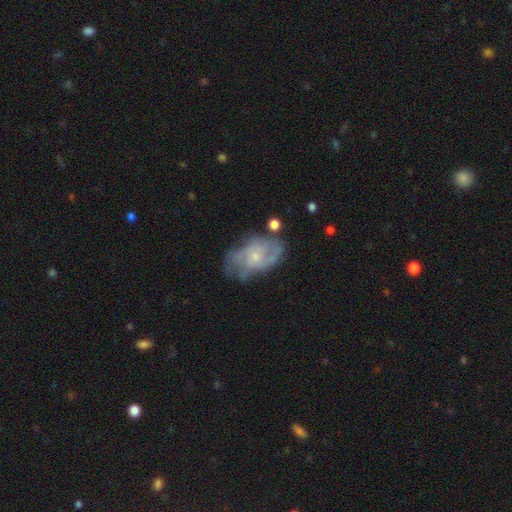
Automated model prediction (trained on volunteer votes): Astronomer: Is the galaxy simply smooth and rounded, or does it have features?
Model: featured or disk — 71%.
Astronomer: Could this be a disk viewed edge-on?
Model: no — 96%.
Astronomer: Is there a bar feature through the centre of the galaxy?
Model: no — 72%.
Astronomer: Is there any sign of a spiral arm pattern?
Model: yes — 77%.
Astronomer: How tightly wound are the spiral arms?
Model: medium — 45% (runner-up: tight, 33%).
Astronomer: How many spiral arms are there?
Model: can't tell — 41% (runner-up: 2, 31%).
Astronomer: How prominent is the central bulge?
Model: small — 68%.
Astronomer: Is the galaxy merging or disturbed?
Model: none — 53%.